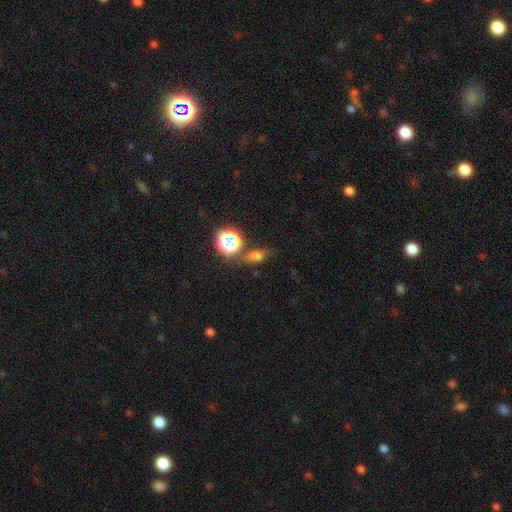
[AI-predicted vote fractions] smooth 55%, star or artifact 28%, featured or disk 18%. Down the decision tree: how rounded — in between (55%); merging — none (65%).